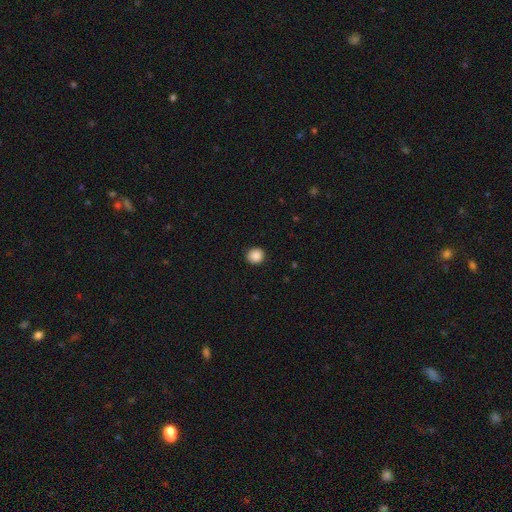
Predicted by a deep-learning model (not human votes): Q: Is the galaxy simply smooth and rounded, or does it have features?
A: smooth — 88%.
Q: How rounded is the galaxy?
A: round — 89%.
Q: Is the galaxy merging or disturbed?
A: none — 92%.